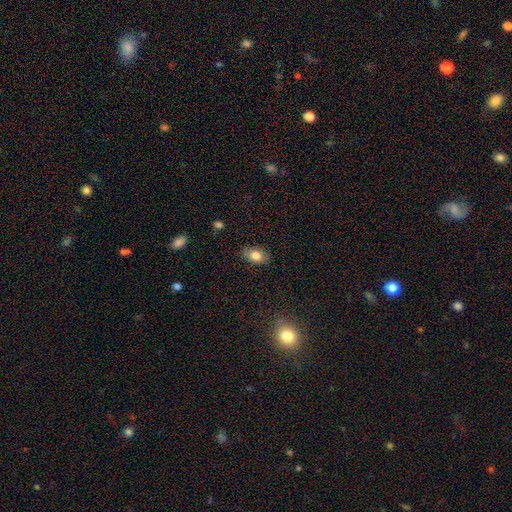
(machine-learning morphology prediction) A smooth galaxy with no disk features (81%) that is in between round and cigar-shaped (83%). Merging: none (81%).